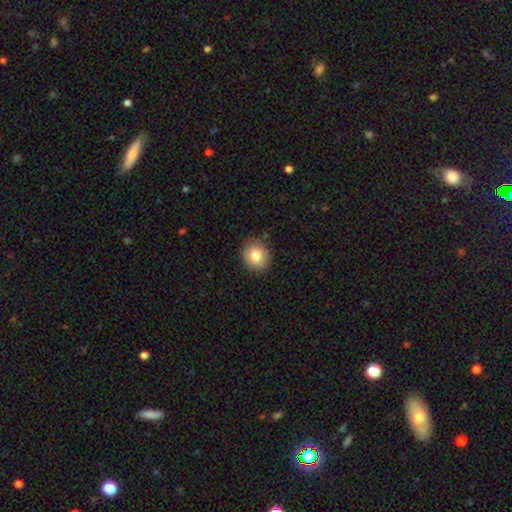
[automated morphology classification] smooth_or_featured: smooth (p=0.83) [alt: star or artifact p=0.09]
how_rounded: round (p=0.71) [alt: in between p=0.28]
merging: none (p=0.87) [alt: minor disturbance p=0.10]